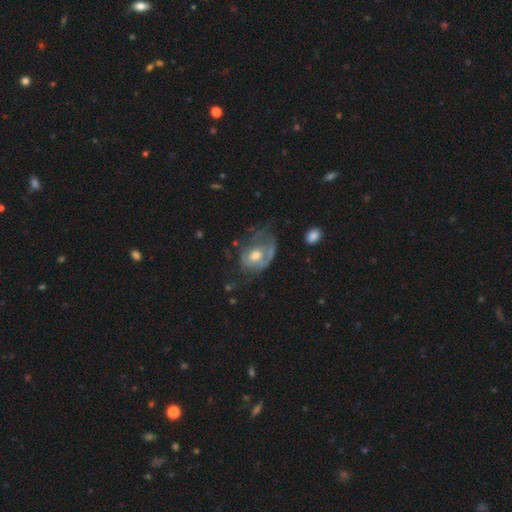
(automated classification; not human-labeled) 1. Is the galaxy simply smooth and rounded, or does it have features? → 66% featured or disk, 27% smooth, 7% star or artifact.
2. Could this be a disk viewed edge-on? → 96% no, 4% yes.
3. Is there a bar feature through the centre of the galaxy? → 75% no, 21% weak, 4% strong.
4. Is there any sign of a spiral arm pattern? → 62% yes, 38% no.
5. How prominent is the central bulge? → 69% moderate, 17% small, 11% large, 2% none, 1% dominant.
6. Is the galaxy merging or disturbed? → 36% none, 35% major disturbance, 26% minor disturbance, 3% merger.